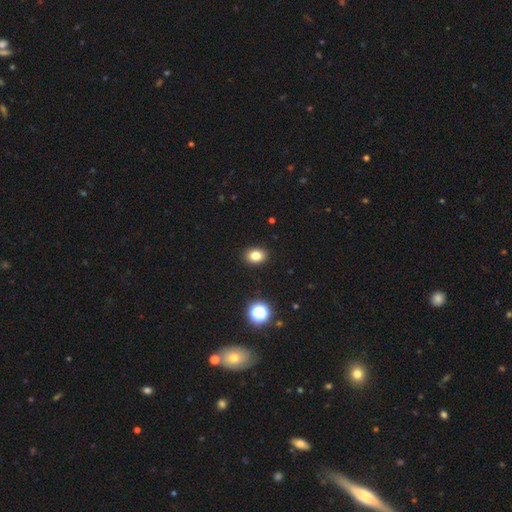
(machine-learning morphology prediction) A smooth galaxy with no disk features (81%) that is in between round and cigar-shaped (64%). Merging: none (91%).